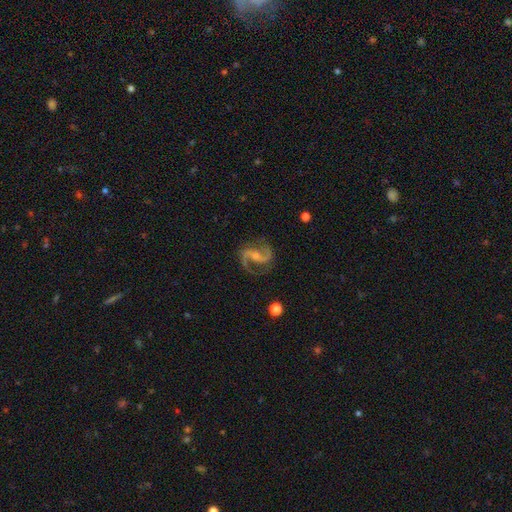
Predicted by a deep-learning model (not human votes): Smooth or featured? featured or disk (91%)
Edge-on disk? no (98%)
Bar? weak (41%)
Spiral arms? yes (98%)
Spiral winding? medium (55%)
Spiral arm count? 2 (94%)
Bulge size? small (57%)
Merging? none (80%)